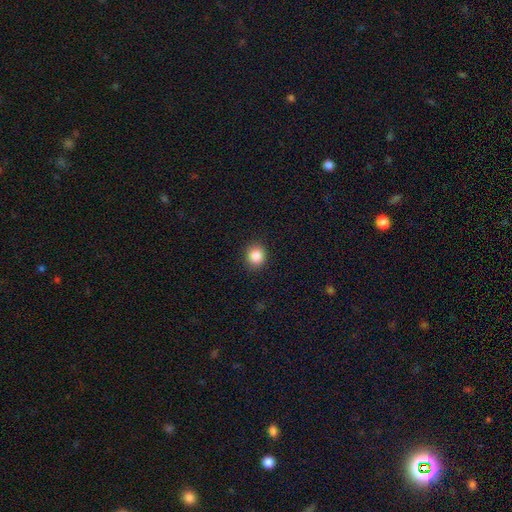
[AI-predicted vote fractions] This is clearly a smooth galaxy (86%). How rounded: clearly round (85%). Merging: clearly none (91%).